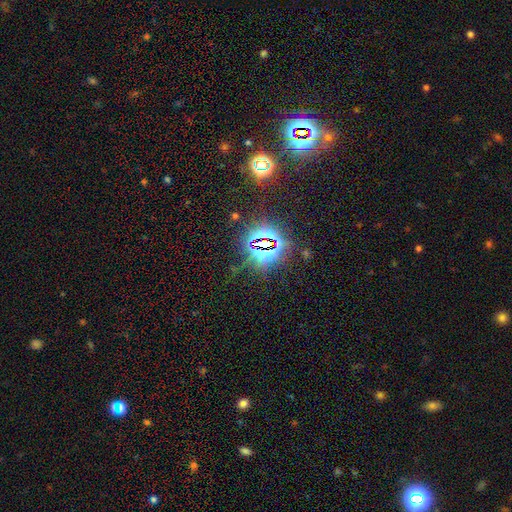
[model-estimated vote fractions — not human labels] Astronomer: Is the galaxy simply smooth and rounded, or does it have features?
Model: star or artifact — 81%.